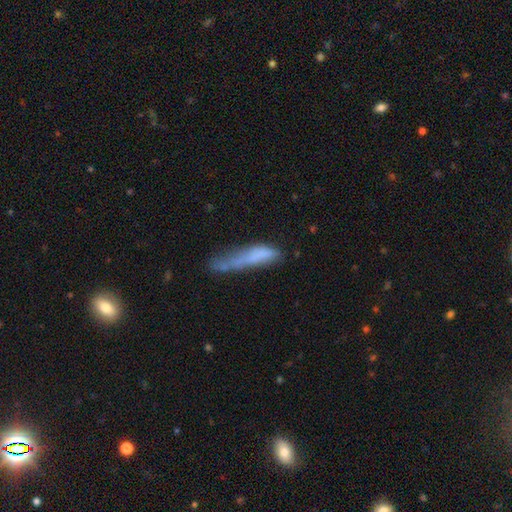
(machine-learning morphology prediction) Smooth or featured?
  - smooth: 64% *
  - featured or disk: 26%
  - star or artifact: 10%
How rounded?
  - cigar-shaped: 82% *
  - in between: 17%
  - round: 2%
Merging?
  - none: 33% *
  - minor disturbance: 31%
  - major disturbance: 25%
  - merger: 10%